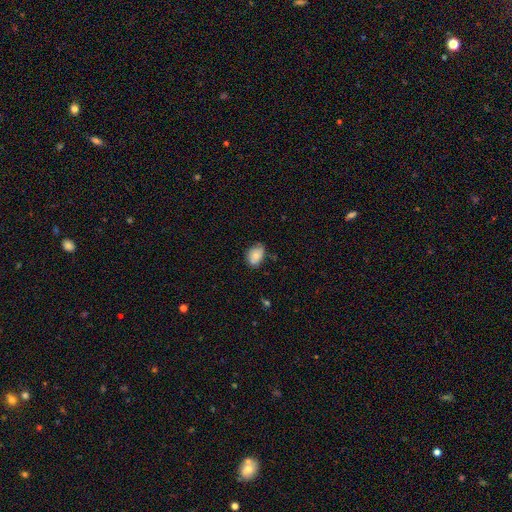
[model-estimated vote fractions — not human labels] smooth_or_featured: smooth (p=0.80) [alt: featured or disk p=0.11]
how_rounded: in between (p=0.78) [alt: round p=0.21]
merging: none (p=0.62) [alt: minor disturbance p=0.31]